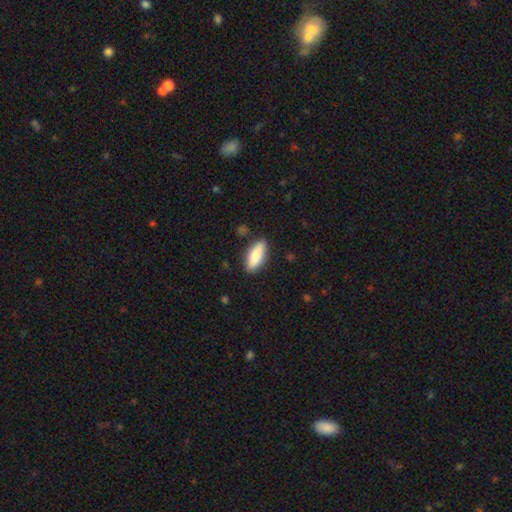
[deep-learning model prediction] Overall: smooth (82%). How rounded: in between (72%). Merging: none (85%).